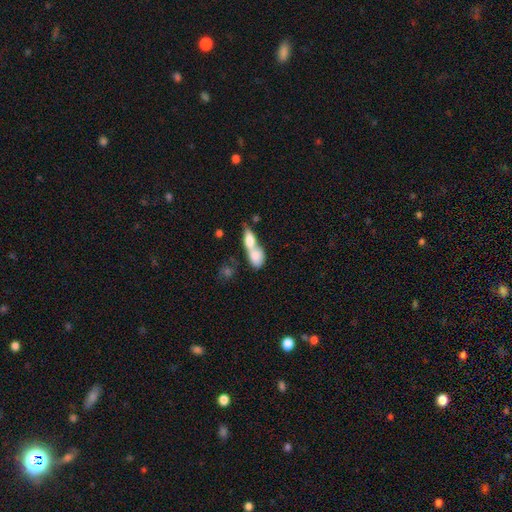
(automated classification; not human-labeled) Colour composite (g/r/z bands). It shows a smooth galaxy with no disk features (72%) that is in between round and cigar-shaped (73%). Merging: merger (76%).